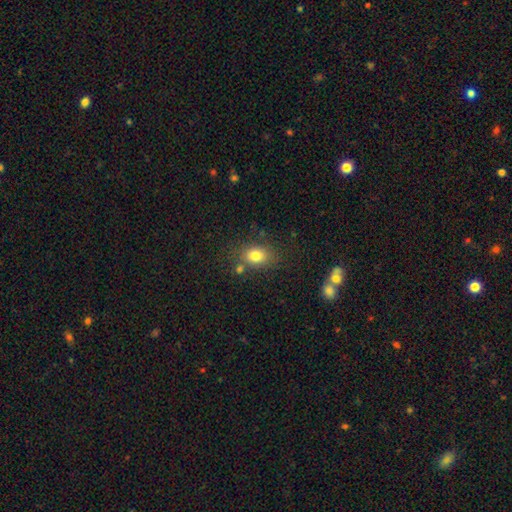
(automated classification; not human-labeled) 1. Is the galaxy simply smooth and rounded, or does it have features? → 79% smooth, 11% star or artifact, 9% featured or disk.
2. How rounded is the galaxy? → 64% in between, 34% round, 1% cigar-shaped.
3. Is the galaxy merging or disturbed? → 73% none, 13% minor disturbance, 10% merger, 4% major disturbance.